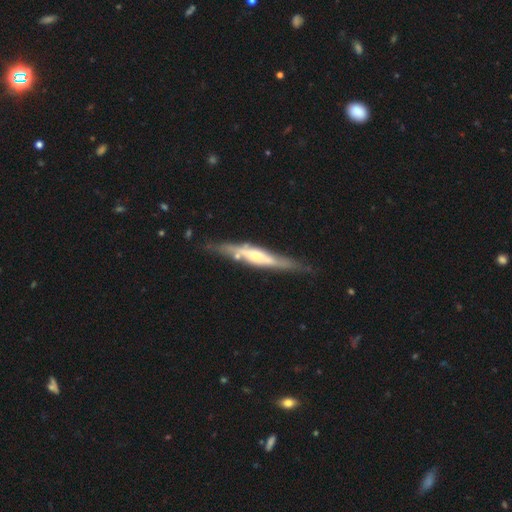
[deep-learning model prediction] featured or disk 78%, smooth 17%, star or artifact 6%. Down the decision tree: edge-on disk — yes (87%); edge-on bulge — rounded (60%); merging — none (75%).